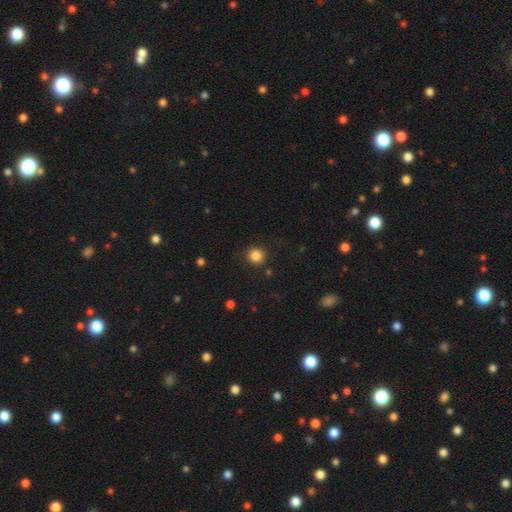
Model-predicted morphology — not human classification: Overall: smooth (85%). How rounded: round (93%). Merging: none (90%).